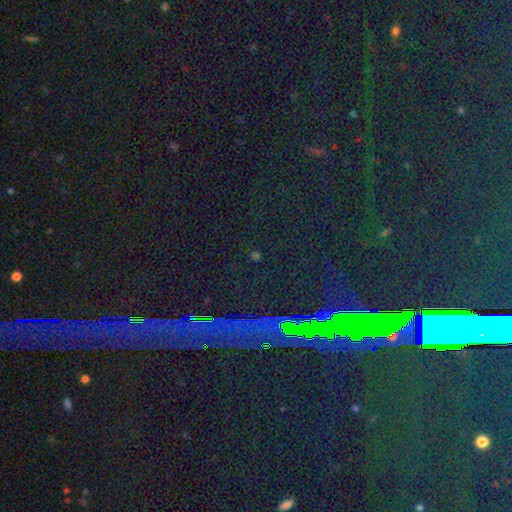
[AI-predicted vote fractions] Smooth or featured: star or artifact — 78% (smooth — 14%)